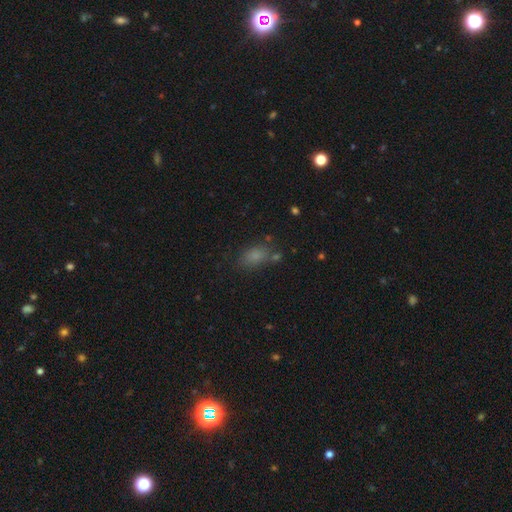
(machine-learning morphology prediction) The model was most divided on "merging": none: 66%, minor disturbance: 17%, merger: 10%, major disturbance: 7%. More confident: how rounded — in between (83%); smooth or featured — smooth (77%).